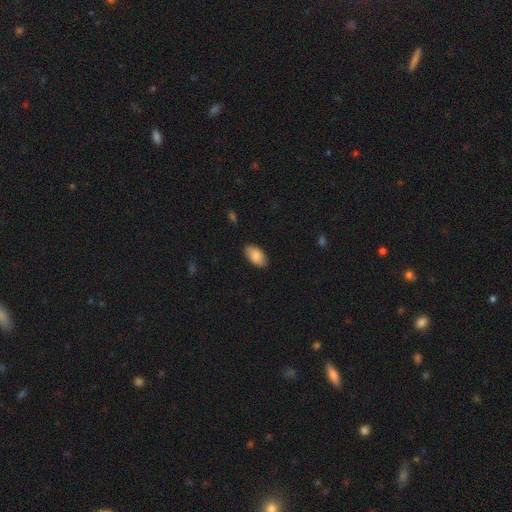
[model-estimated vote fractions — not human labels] Smooth or featured? Predicted: smooth (p=0.85). How rounded? Predicted: in between (p=0.95). Merging? Predicted: none (p=0.86).